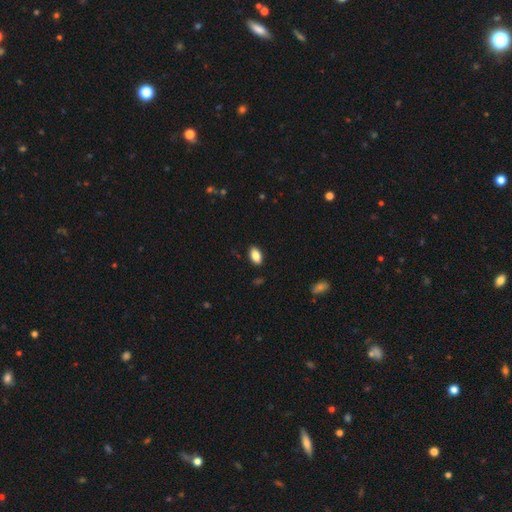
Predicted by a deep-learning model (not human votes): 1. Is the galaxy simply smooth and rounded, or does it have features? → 85% smooth, 8% star or artifact, 7% featured or disk.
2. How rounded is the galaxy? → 92% in between, 5% round, 3% cigar-shaped.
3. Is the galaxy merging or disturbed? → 89% none, 9% minor disturbance, 2% major disturbance, 1% merger.